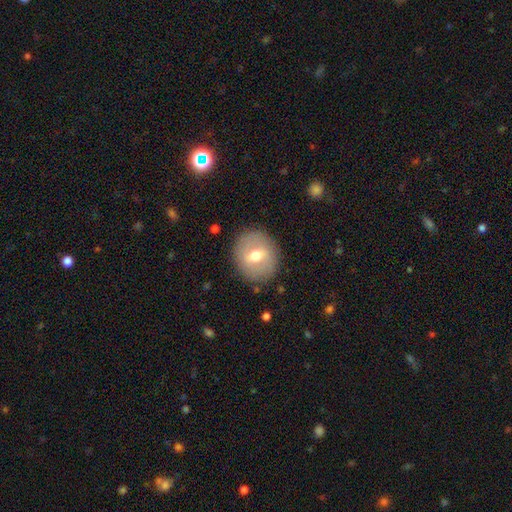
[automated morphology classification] Smooth or featured? Predicted: smooth (p=0.53). How rounded? Predicted: round (p=0.77). Merging? Predicted: none (p=0.85).